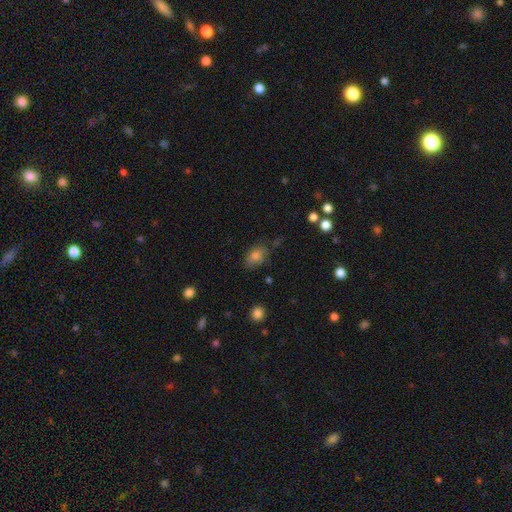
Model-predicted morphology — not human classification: The model was most divided on "merging": none: 65%, minor disturbance: 24%, major disturbance: 8%, merger: 3%. More confident: smooth or featured — smooth (80%); how rounded — in between (79%).